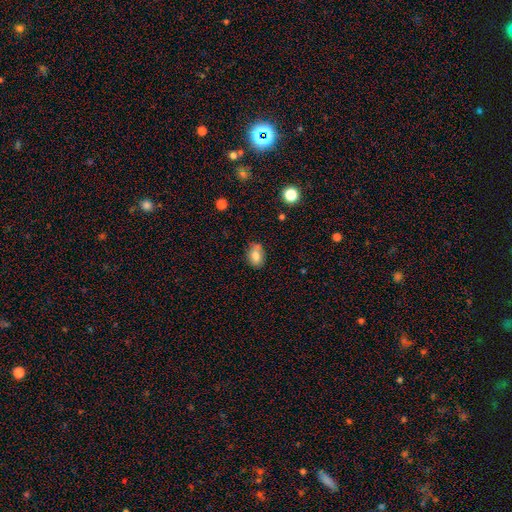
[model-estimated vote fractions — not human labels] A smooth galaxy with no disk features (76%) that is in between round and cigar-shaped (75%).

Vote fractions:
- Smooth or featured? smooth: 76% / featured or disk: 14% / star or artifact: 10%
- How rounded? in between: 75% / round: 24% / cigar-shaped: 1%
- Merging? none: 65% / minor disturbance: 22% / merger: 8% / major disturbance: 5%